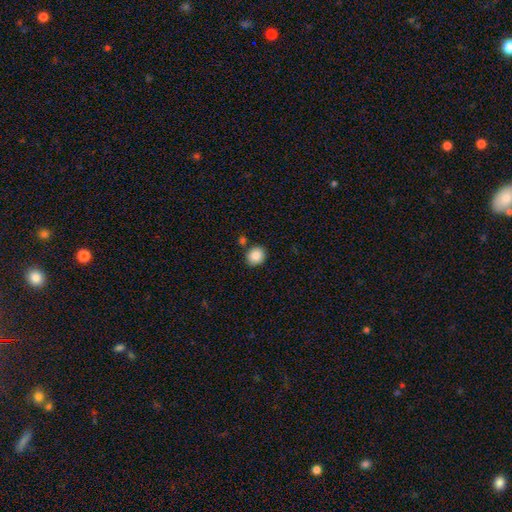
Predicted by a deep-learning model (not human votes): The model was most divided on "how rounded": round: 78%, in between: 21%, cigar-shaped: 1%. More confident: smooth or featured — smooth (88%); merging — none (81%).